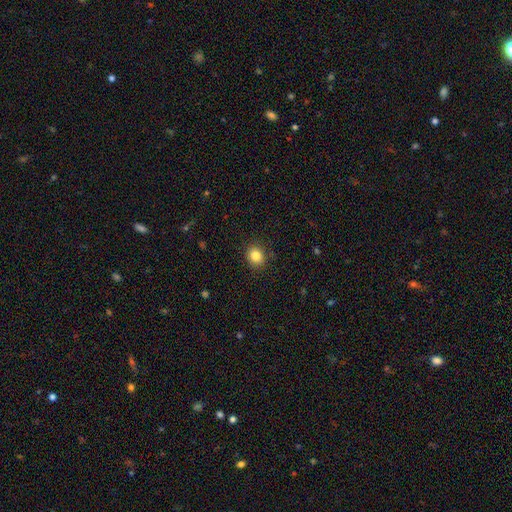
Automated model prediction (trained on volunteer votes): This appears to be a smooth galaxy with no disk features (84%) that is round (67%). Merging: none (89%).